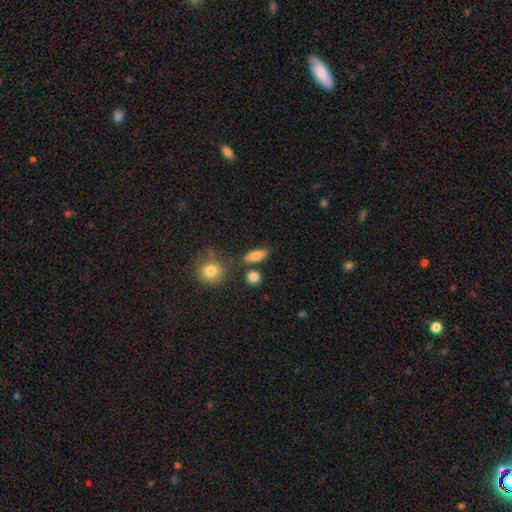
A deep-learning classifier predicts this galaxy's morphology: smooth-or-featured: smooth: 79% | featured or disk: 12% | star or artifact: 9%
  how-rounded: in between: 62% | cigar-shaped: 26% | round: 12%
  merging: none: 76% | minor disturbance: 12% | merger: 8% | major disturbance: 4%